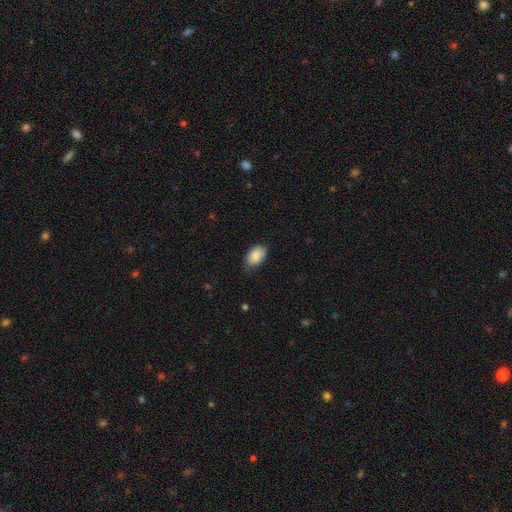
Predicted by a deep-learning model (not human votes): smooth_or_featured: smooth (p=0.88) [alt: star or artifact p=0.06]
how_rounded: in between (p=0.93) [alt: round p=0.06]
merging: none (p=0.70) [alt: minor disturbance p=0.25]